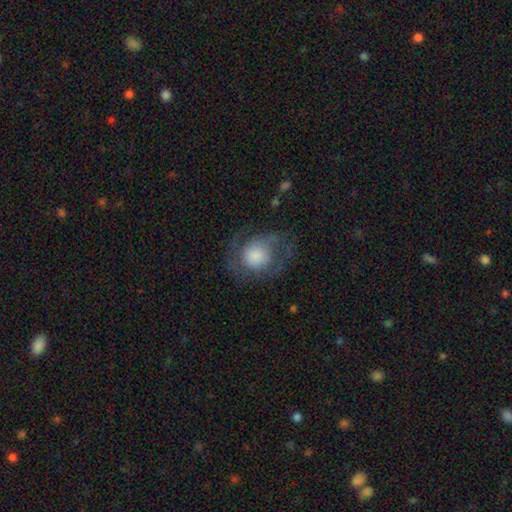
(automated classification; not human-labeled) smooth_or_featured: featured or disk (p=0.50) [alt: smooth p=0.41]
disk_edge_on: no (p=0.97) [alt: yes p=0.03]
merging: none (p=0.59) [alt: minor disturbance p=0.20]